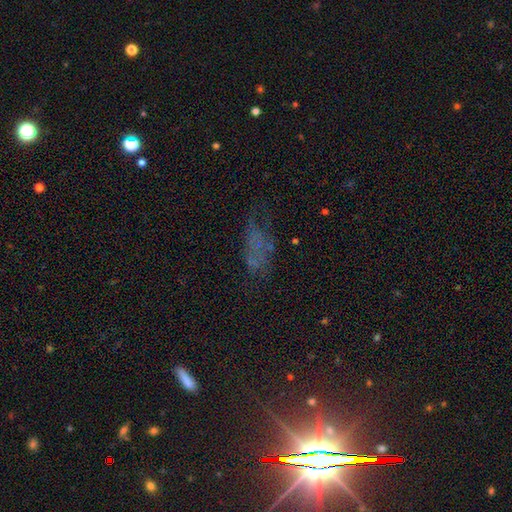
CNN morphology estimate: type=smooth (38%); merging=none (45%).